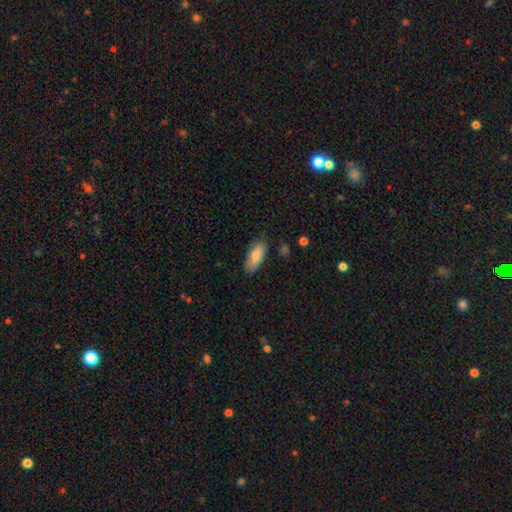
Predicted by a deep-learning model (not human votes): smooth_or_featured: smooth (p=0.80) [alt: featured or disk p=0.14]
how_rounded: in between (p=0.83) [alt: cigar-shaped p=0.15]
merging: none (p=0.75) [alt: minor disturbance p=0.19]